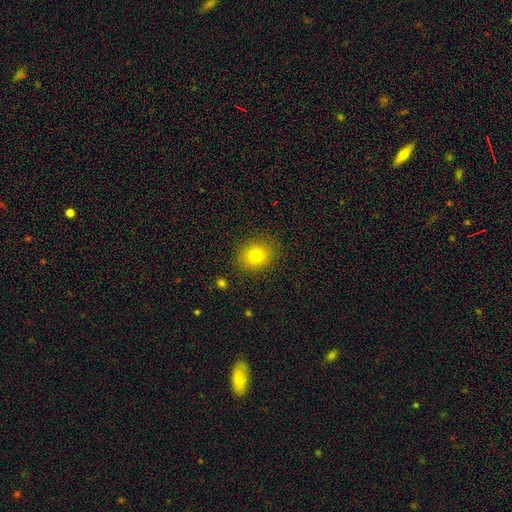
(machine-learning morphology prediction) Smooth or featured?
  - smooth: 77% *
  - star or artifact: 13%
  - featured or disk: 11%
How rounded?
  - round: 69% *
  - in between: 30%
  - cigar-shaped: 1%
Merging?
  - none: 86% *
  - minor disturbance: 9%
  - major disturbance: 3%
  - merger: 1%